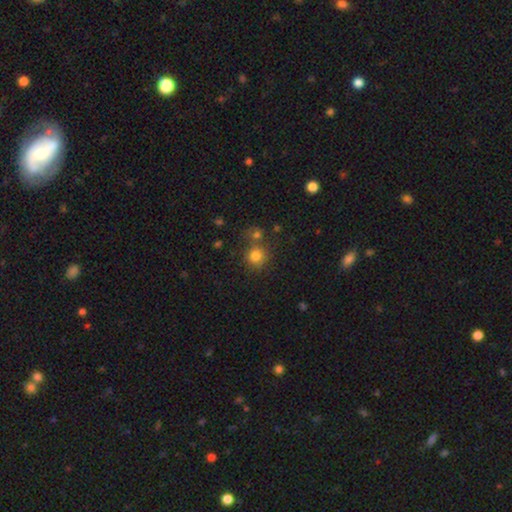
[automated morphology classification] A smooth galaxy with no disk features (81%) that is round (89%).

Vote fractions:
- Smooth or featured? smooth: 81% / star or artifact: 13% / featured or disk: 7%
- How rounded? round: 89% / in between: 10% / cigar-shaped: 1%
- Merging? none: 63% / merger: 22% / minor disturbance: 10% / major disturbance: 4%